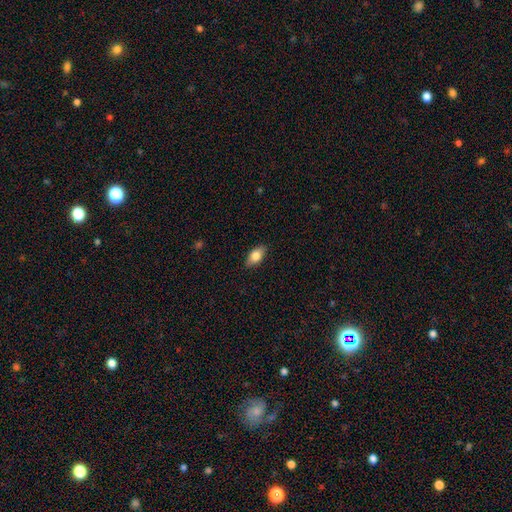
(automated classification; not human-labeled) smooth_or_featured: smooth (p=0.78) [alt: featured or disk p=0.15]
how_rounded: in between (p=0.90) [alt: cigar-shaped p=0.06]
merging: none (p=0.87) [alt: minor disturbance p=0.10]